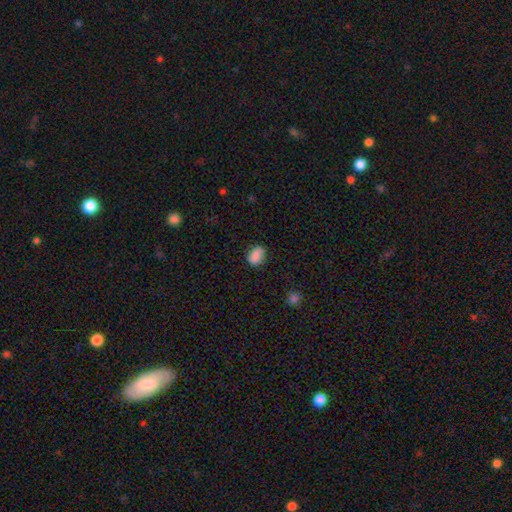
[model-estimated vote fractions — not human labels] A smooth galaxy with no disk features (86%) that is in between round and cigar-shaped (76%). Merging: none (77%).